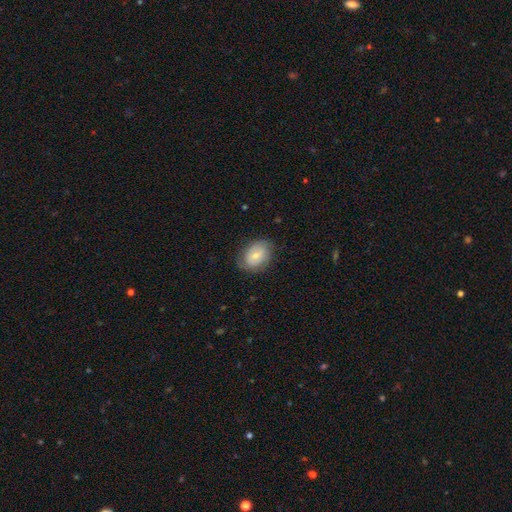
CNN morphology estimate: Smooth or featured: smooth — 65% (featured or disk — 28%)
How rounded: in between — 73% (round — 26%)
Merging: none — 72% (minor disturbance — 21%)